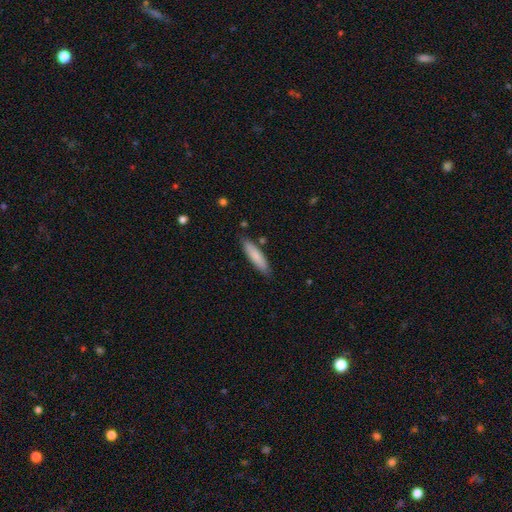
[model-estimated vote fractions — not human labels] smooth_or_featured: smooth (p=0.81) [alt: featured or disk p=0.13]
how_rounded: cigar-shaped (p=0.79) [alt: in between p=0.20]
merging: none (p=0.84) [alt: minor disturbance p=0.11]